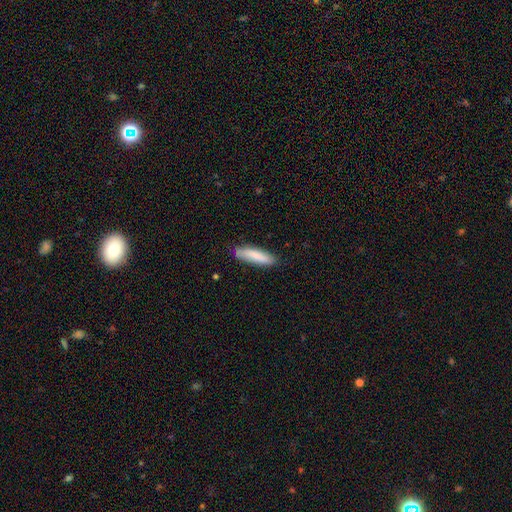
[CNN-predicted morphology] Overall: smooth (82%). How rounded: cigar-shaped (68%; in between 30%). Merging: none (81%).